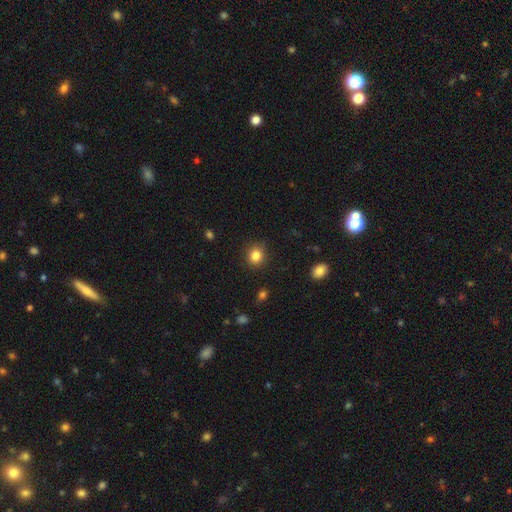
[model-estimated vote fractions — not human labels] A smooth galaxy with no disk features (84%) that is round (84%).

Vote fractions:
- Smooth or featured? smooth: 84% / star or artifact: 11% / featured or disk: 5%
- How rounded? round: 84% / in between: 15% / cigar-shaped: 1%
- Merging? none: 89% / minor disturbance: 8% / major disturbance: 2% / merger: 1%